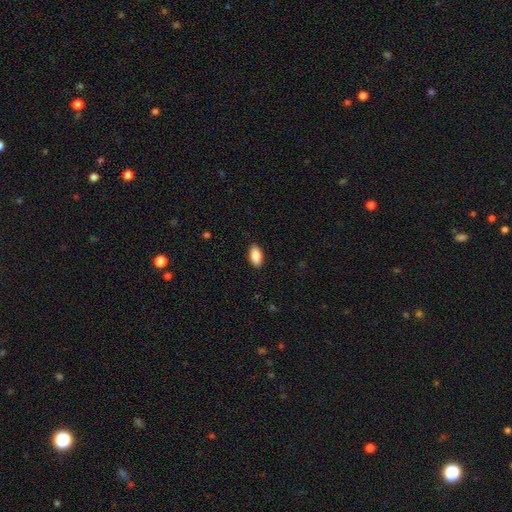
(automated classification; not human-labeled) Smooth or featured? smooth (89%)
How rounded? in between (93%)
Merging? none (89%)